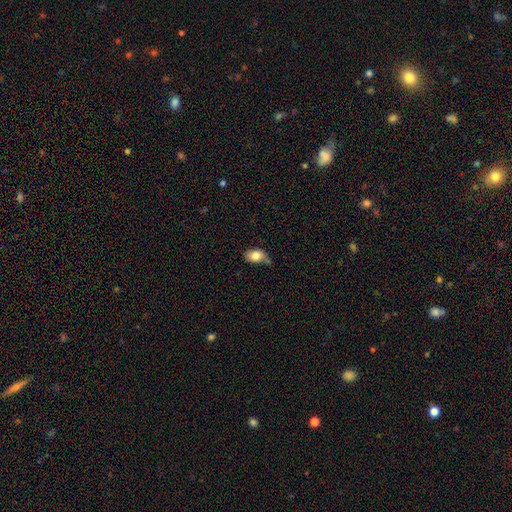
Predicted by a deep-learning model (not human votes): smooth 81%, featured or disk 12%, star or artifact 8%. Down the decision tree: how rounded — in between (86%); merging — none (53%).